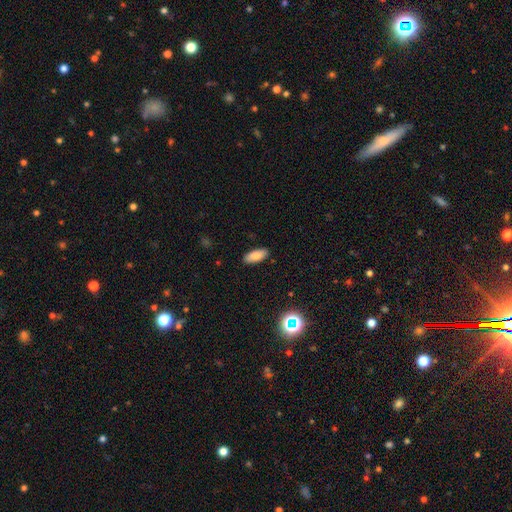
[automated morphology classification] This appears to be a smooth galaxy with no disk features (83%) that is in between round and cigar-shaped (85%). Merging: none (88%).